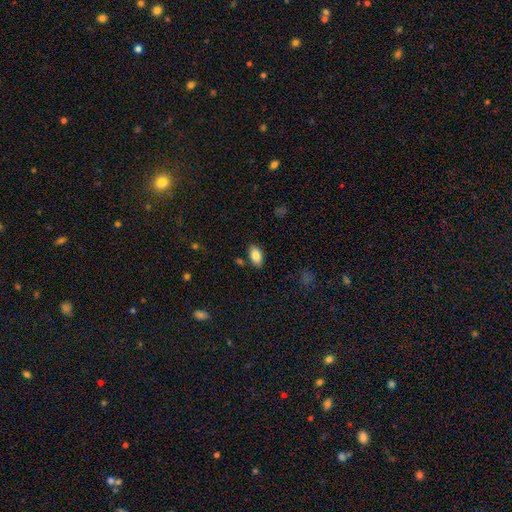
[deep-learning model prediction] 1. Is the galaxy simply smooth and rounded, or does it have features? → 83% smooth, 9% featured or disk, 8% star or artifact.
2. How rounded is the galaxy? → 93% in between, 5% round, 3% cigar-shaped.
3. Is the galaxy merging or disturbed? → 83% none, 11% minor disturbance, 3% merger, 2% major disturbance.